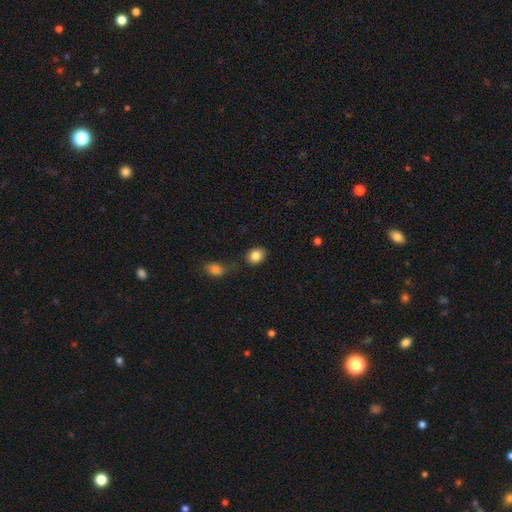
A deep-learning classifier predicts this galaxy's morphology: smooth-or-featured: smooth: 85% | star or artifact: 9% | featured or disk: 6%
  how-rounded: round: 50% | in between: 49% | cigar-shaped: 1%
  merging: none: 78% | minor disturbance: 12% | merger: 7% | major disturbance: 3%